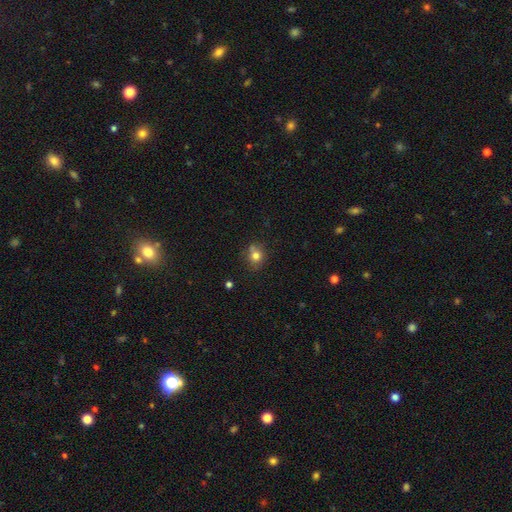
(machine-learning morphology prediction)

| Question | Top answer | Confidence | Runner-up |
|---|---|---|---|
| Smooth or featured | smooth | 76% | star or artifact (13%) |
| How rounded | round | 76% | in between (23%) |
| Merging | none | 67% | minor disturbance (17%) |